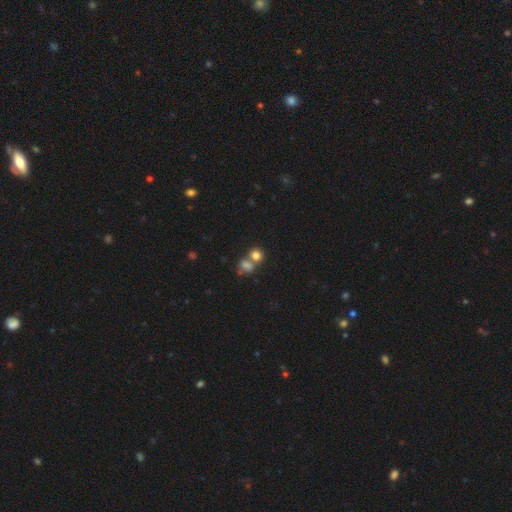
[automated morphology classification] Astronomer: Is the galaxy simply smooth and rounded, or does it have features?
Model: smooth — 79%.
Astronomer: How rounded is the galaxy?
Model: round — 75%.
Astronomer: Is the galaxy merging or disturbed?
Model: merger — 46% (runner-up: none, 42%).